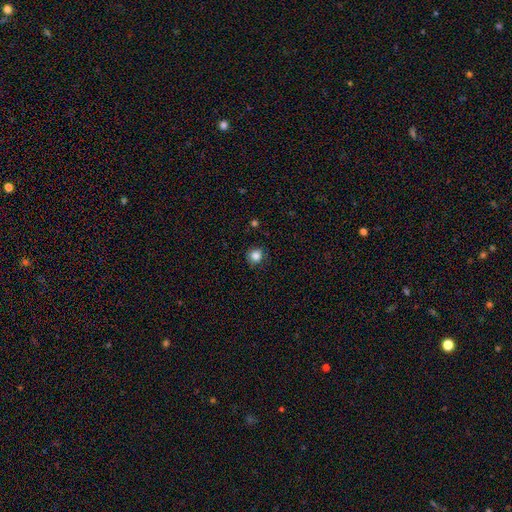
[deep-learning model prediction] A smooth galaxy with no disk features (84%) that is round (87%).

Vote fractions:
- Smooth or featured? smooth: 84% / star or artifact: 11% / featured or disk: 5%
- How rounded? round: 87% / in between: 12% / cigar-shaped: 1%
- Merging? none: 86% / minor disturbance: 10% / major disturbance: 3% / merger: 1%